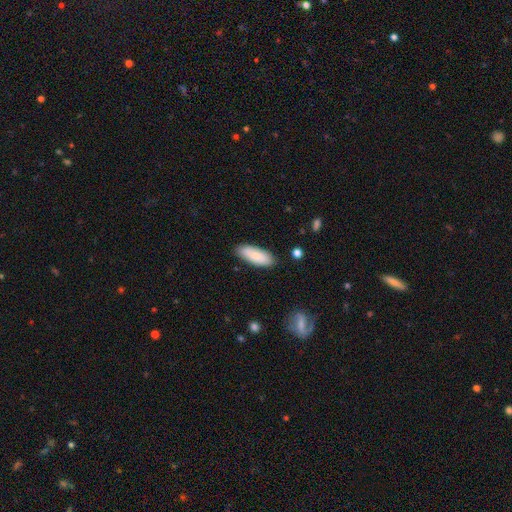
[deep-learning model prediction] smooth-or-featured: smooth: 78% | featured or disk: 16% | star or artifact: 6%
  how-rounded: in between: 74% | cigar-shaped: 24% | round: 2%
  merging: none: 84% | minor disturbance: 12% | major disturbance: 2% | merger: 2%